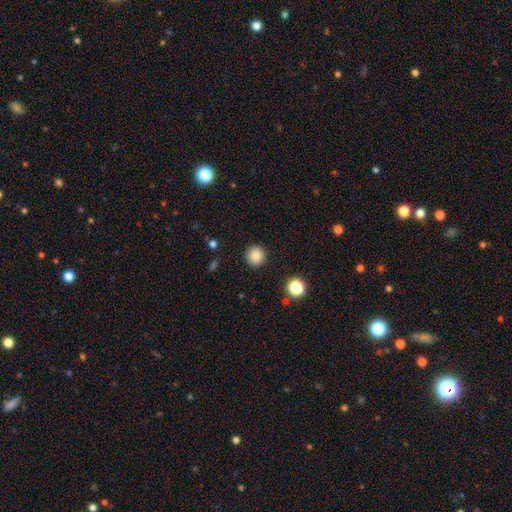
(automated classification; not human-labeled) Overall: smooth (85%). How rounded: round (94%). Merging: none (91%).